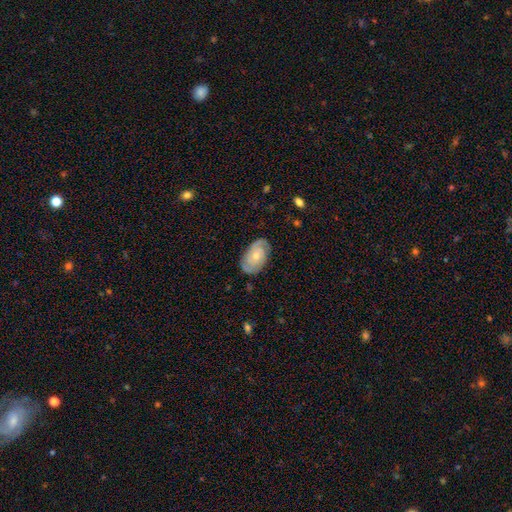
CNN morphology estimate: Smooth or featured? featured or disk (74%)
Edge-on disk? no (96%)
Bar? no (74%)
Spiral arms? yes (93%)
Spiral winding? tight (58%)
Spiral arm count? 2 (70%)
Bulge size? small (57%)
Merging? none (79%)